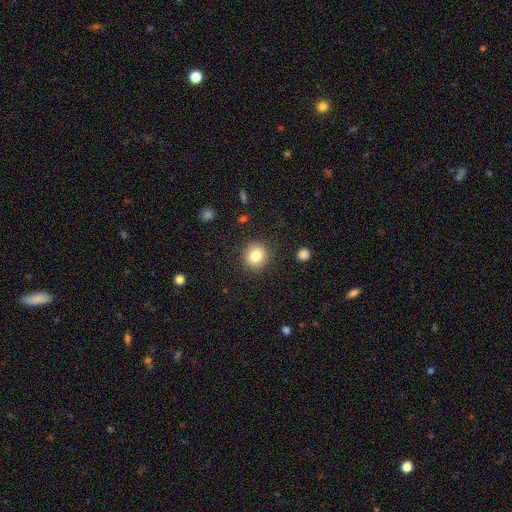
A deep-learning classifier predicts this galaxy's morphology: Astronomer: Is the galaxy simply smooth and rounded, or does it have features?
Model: smooth — 80%.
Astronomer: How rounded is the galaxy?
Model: round — 89%.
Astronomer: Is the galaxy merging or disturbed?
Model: none — 89%.